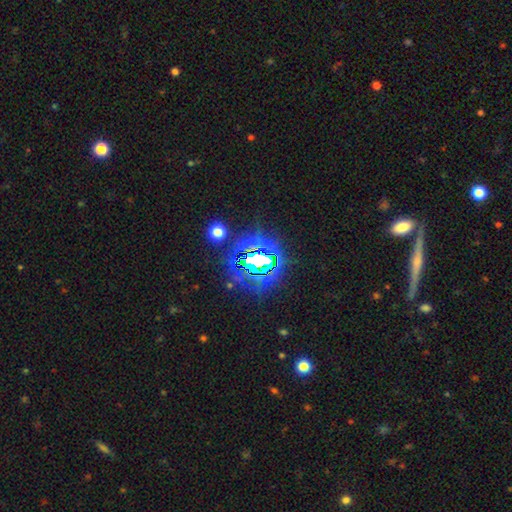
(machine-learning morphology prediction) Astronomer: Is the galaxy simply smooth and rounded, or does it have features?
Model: star or artifact — 79%.